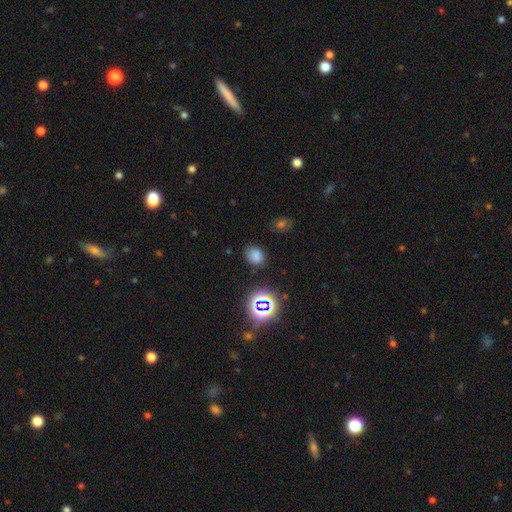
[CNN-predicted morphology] A smooth galaxy with no disk features (73%) that is in between round and cigar-shaped (55%). Merging: none (81%).